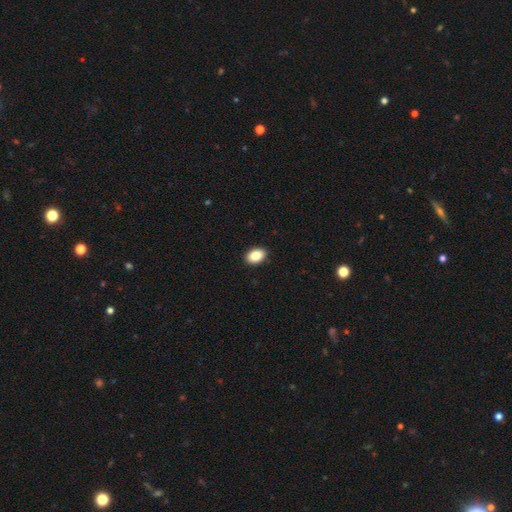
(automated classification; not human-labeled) Morphology: type=smooth (87%); roundness=in between (87%); merging=none (91%).